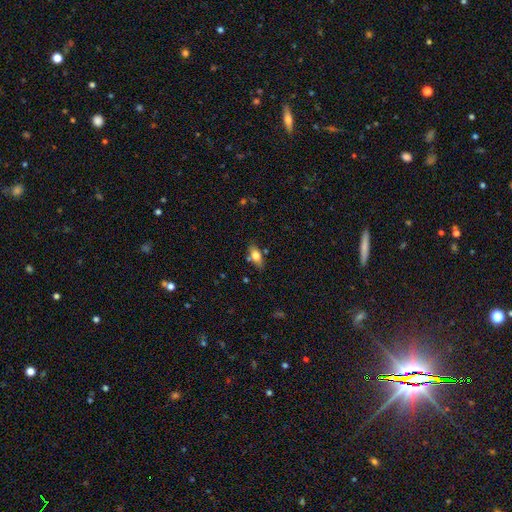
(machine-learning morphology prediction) The model was most divided on "merging": none: 71%, minor disturbance: 19%, merger: 6%, major disturbance: 4%. More confident: how rounded — in between (82%); smooth or featured — smooth (73%).